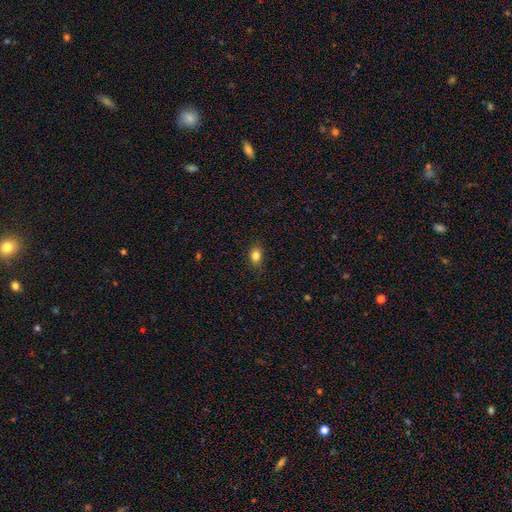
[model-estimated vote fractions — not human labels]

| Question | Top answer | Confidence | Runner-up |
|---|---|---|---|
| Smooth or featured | smooth | 83% | star or artifact (10%) |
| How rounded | in between | 70% | round (28%) |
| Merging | none | 85% | minor disturbance (12%) |